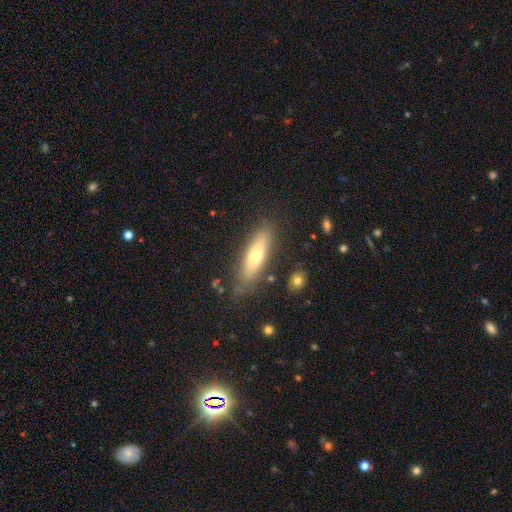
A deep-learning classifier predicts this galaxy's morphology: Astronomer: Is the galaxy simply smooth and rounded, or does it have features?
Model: smooth — 61%.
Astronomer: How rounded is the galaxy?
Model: cigar-shaped — 64%.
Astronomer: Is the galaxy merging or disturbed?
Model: none — 81%.